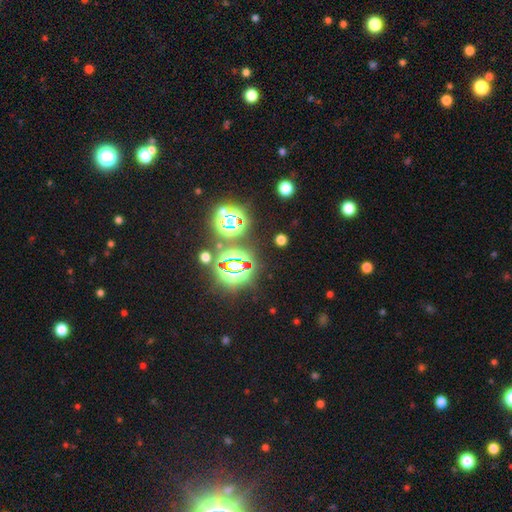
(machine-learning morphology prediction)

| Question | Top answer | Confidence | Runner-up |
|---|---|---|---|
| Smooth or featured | star or artifact | 80% | smooth (14%) |